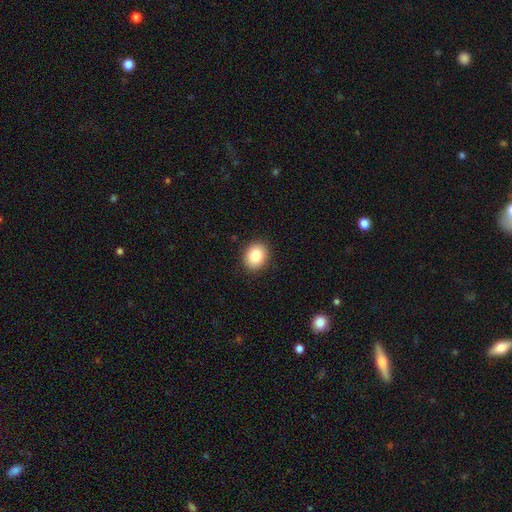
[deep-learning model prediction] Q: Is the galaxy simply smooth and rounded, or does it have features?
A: smooth — 86%.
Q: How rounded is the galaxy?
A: round — 54%.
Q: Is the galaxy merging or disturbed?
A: none — 90%.